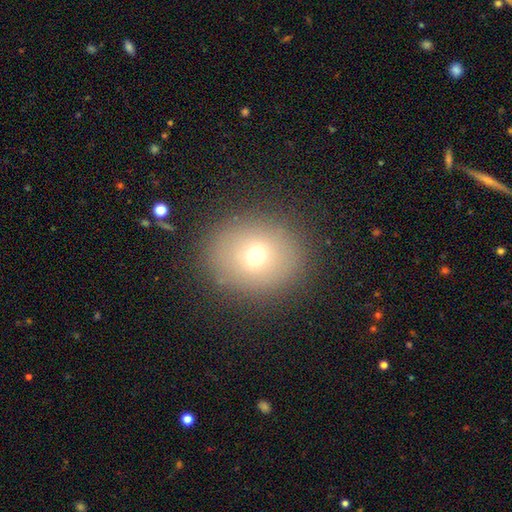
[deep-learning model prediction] This appears to be a smooth galaxy with no disk features (69%) that is round (73%). Merging: none (87%).